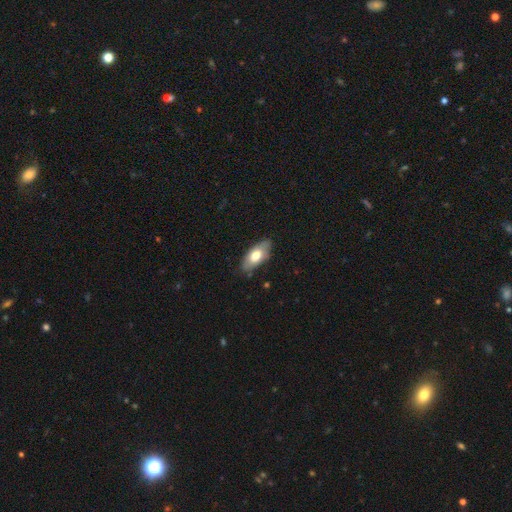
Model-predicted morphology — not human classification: Smooth or featured? Predicted: smooth (p=0.69). How rounded? Predicted: in between (p=0.88). Merging? Predicted: none (p=0.80).